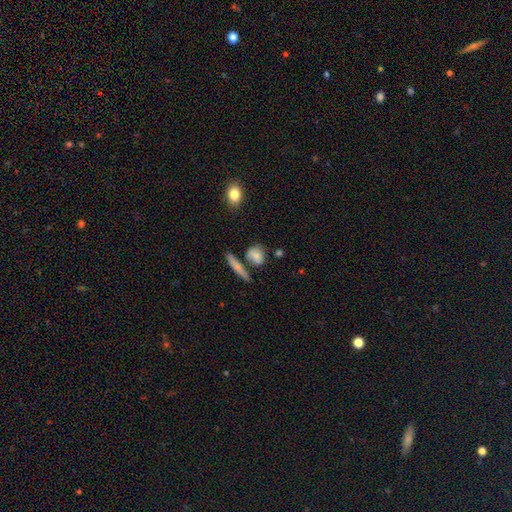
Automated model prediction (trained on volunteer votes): A smooth galaxy with no disk features (75%) that is round (45%).

Vote fractions:
- Smooth or featured? smooth: 75% / featured or disk: 16% / star or artifact: 9%
- How rounded? round: 45% / in between: 43% / cigar-shaped: 11%
- Merging? none: 58% / minor disturbance: 18% / merger: 17% / major disturbance: 7%